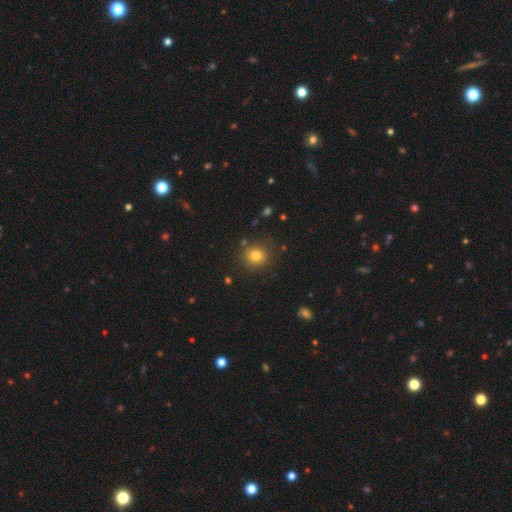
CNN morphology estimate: smooth-or-featured: smooth: 78% | star or artifact: 14% | featured or disk: 8%
  how-rounded: round: 84% | in between: 15% | cigar-shaped: 1%
  merging: none: 85% | minor disturbance: 9% | major disturbance: 3% | merger: 3%